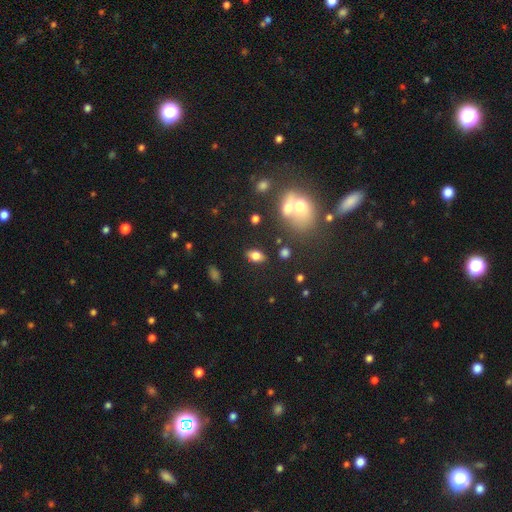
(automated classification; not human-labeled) Smooth or featured: smooth — 75% (featured or disk — 14%)
How rounded: in between — 87% (round — 9%)
Merging: none — 79% (minor disturbance — 11%)